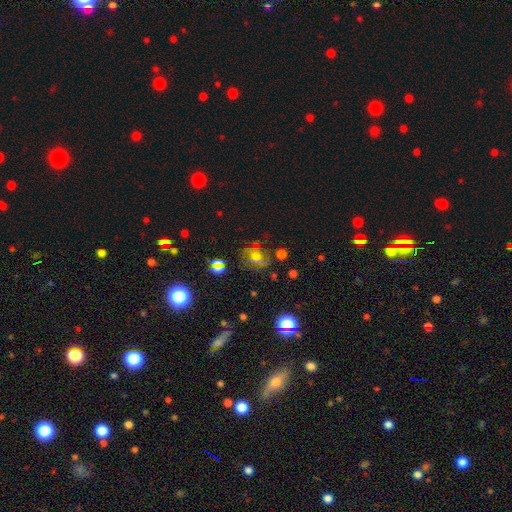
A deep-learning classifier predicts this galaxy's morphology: A featured or disk galaxy (38%).

Vote fractions:
- Smooth or featured? featured or disk: 38% / star or artifact: 35% / smooth: 27%
- Merging? none: 45% / major disturbance: 28% / minor disturbance: 17% / merger: 9%